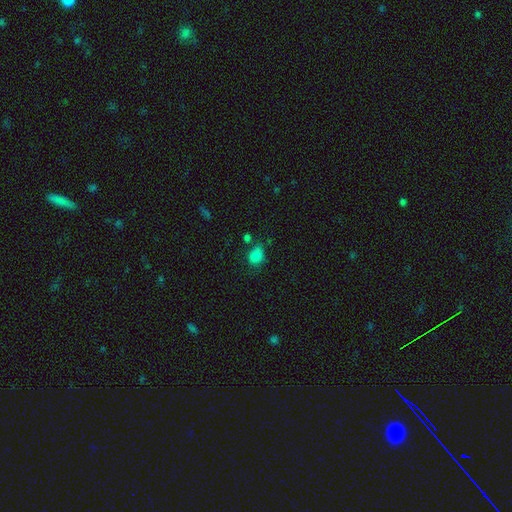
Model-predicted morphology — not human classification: Q: Smooth or featured?
A: smooth (80%); runner-up: star or artifact (14%)
Q: How rounded?
A: in between (54%); runner-up: round (45%)
Q: Merging?
A: none (49%); runner-up: minor disturbance (28%)